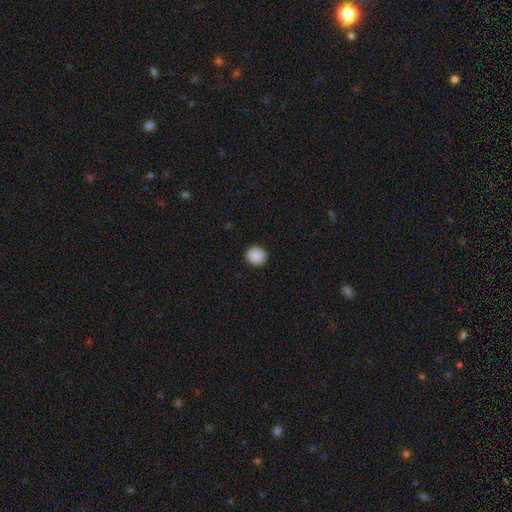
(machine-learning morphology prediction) Smooth or featured?
  - smooth: 89% *
  - star or artifact: 8%
  - featured or disk: 3%
How rounded?
  - round: 84% *
  - in between: 15%
  - cigar-shaped: 1%
Merging?
  - none: 90% *
  - minor disturbance: 7%
  - major disturbance: 2%
  - merger: 1%